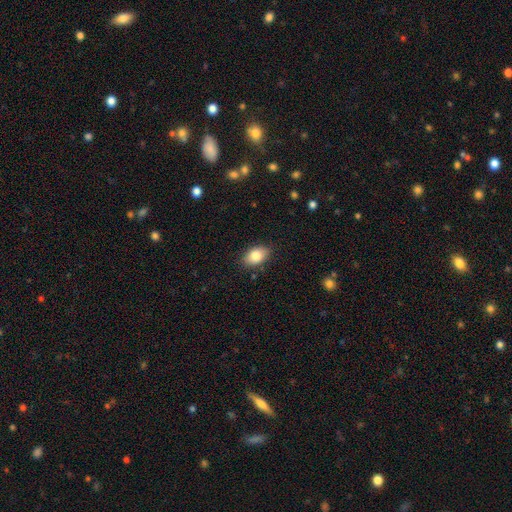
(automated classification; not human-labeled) Smooth or featured?
  - smooth: 83% *
  - featured or disk: 9%
  - star or artifact: 7%
How rounded?
  - in between: 89% *
  - round: 9%
  - cigar-shaped: 2%
Merging?
  - none: 85% *
  - minor disturbance: 11%
  - major disturbance: 2%
  - merger: 1%